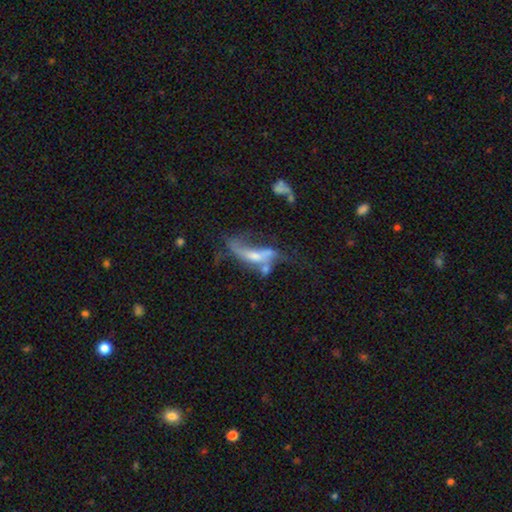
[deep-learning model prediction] Overall: featured or disk (56%; smooth 33%). Edge-on disk: no (79%). Merging: major disturbance (34%, tied with merger).